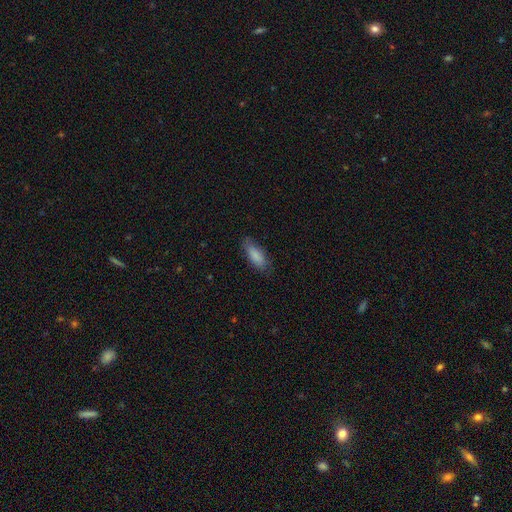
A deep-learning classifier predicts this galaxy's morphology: Overall: smooth (85%). How rounded: in between (75%). Merging: none (74%).